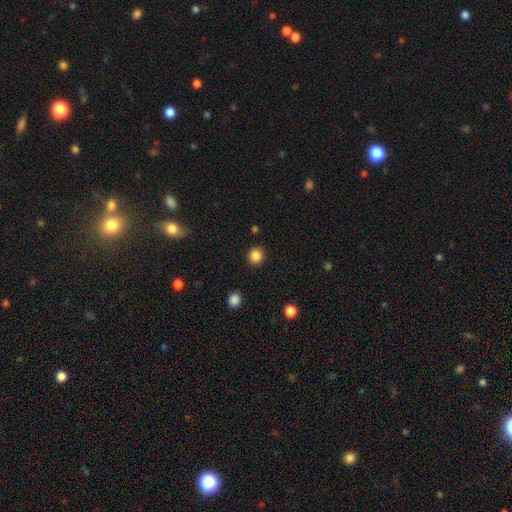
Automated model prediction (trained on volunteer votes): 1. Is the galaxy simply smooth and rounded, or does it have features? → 86% smooth, 11% star or artifact, 3% featured or disk.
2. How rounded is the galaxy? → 87% round, 12% in between, 1% cigar-shaped.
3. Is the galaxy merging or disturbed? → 91% none, 6% minor disturbance, 2% major disturbance, 1% merger.